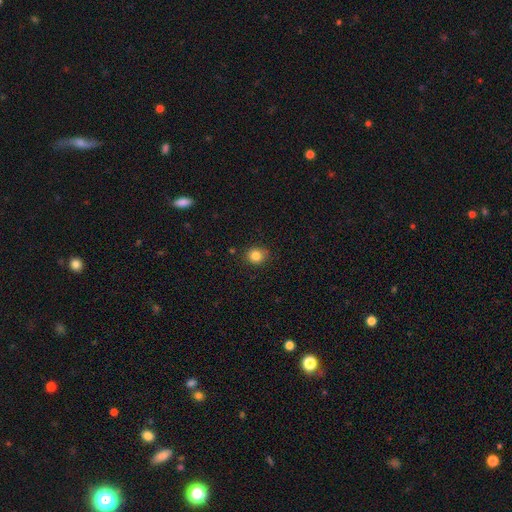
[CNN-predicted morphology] smooth-or-featured: smooth: 84% | star or artifact: 11% | featured or disk: 5%
  how-rounded: round: 83% | in between: 16% | cigar-shaped: 1%
  merging: none: 86% | minor disturbance: 10% | major disturbance: 2% | merger: 1%